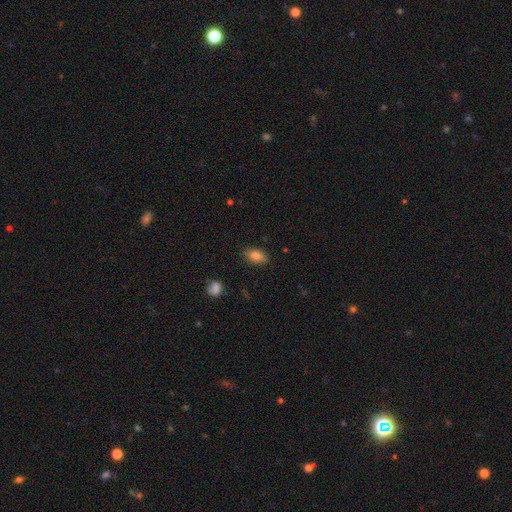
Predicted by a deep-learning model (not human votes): The model was most divided on "smooth or featured": smooth: 80%, featured or disk: 12%, star or artifact: 8%. More confident: how rounded — in between (86%); merging — none (85%).